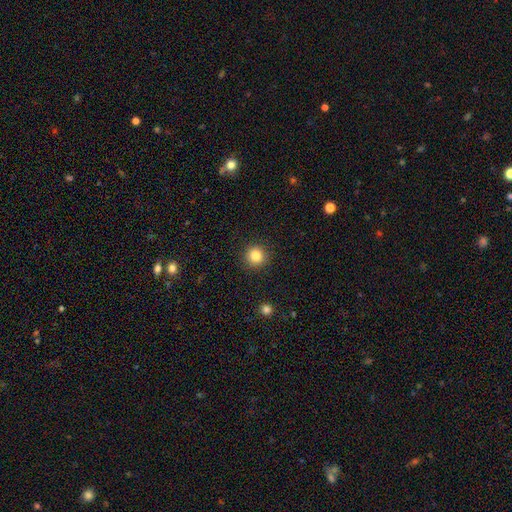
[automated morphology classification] smooth 84%, star or artifact 11%, featured or disk 5%. Down the decision tree: how rounded — round (94%); merging — none (92%).